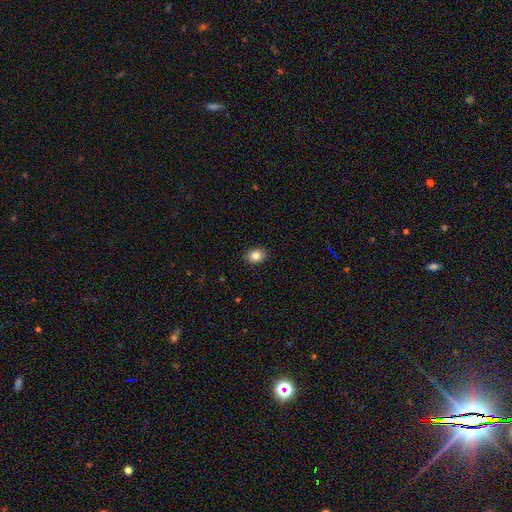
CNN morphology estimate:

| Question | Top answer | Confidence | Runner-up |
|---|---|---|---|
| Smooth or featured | smooth | 84% | star or artifact (9%) |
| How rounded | in between | 61% | round (38%) |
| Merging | none | 89% | minor disturbance (8%) |